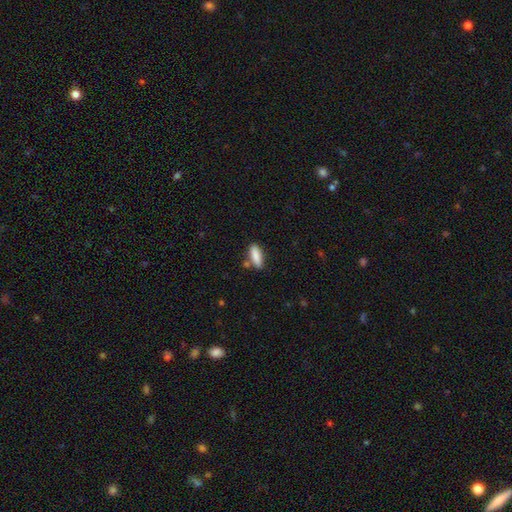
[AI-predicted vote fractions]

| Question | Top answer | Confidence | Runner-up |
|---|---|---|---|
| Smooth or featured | smooth | 87% | star or artifact (7%) |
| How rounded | in between | 61% | cigar-shaped (37%) |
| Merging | none | 76% | minor disturbance (15%) |